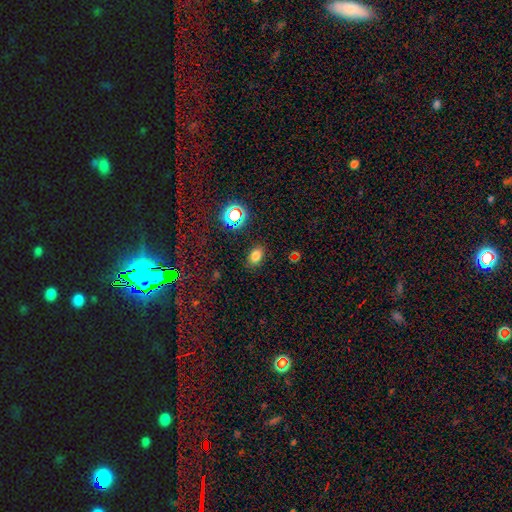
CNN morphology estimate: type=smooth (76%); roundness=in between (83%); merging=none (84%).